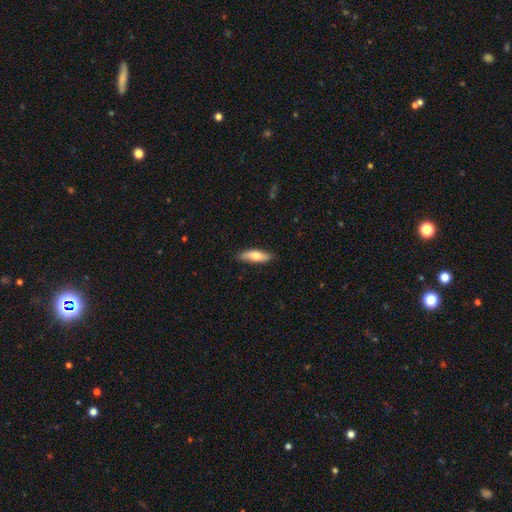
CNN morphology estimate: smooth 65%, featured or disk 29%, star or artifact 5%. Down the decision tree: how rounded — cigar-shaped (54%); merging — none (84%).